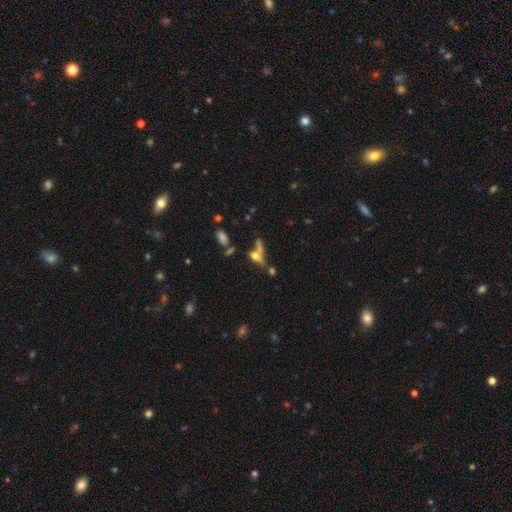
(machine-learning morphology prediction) type=smooth (46%); merging=none (44%).